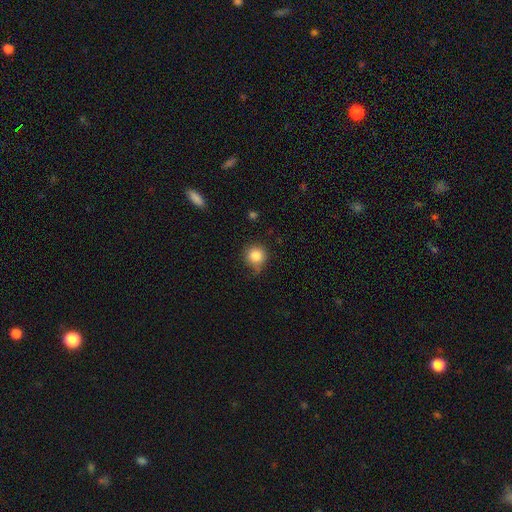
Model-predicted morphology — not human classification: smooth_or_featured: smooth (p=0.84) [alt: star or artifact p=0.10]
how_rounded: round (p=0.91) [alt: in between p=0.08]
merging: none (p=0.64) [alt: minor disturbance p=0.27]